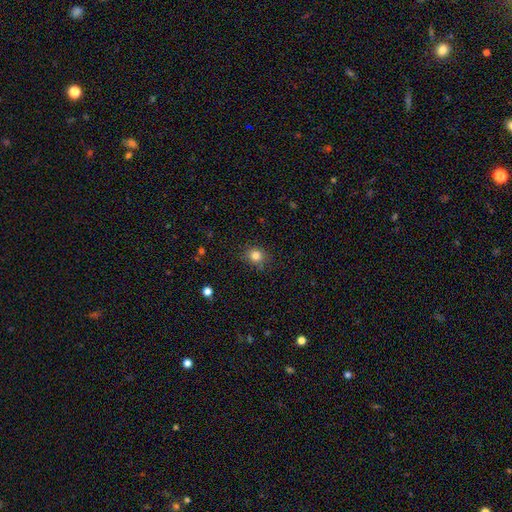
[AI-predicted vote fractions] This is clearly a smooth galaxy (82%). How rounded: likely round (77%). Merging: clearly none (81%).